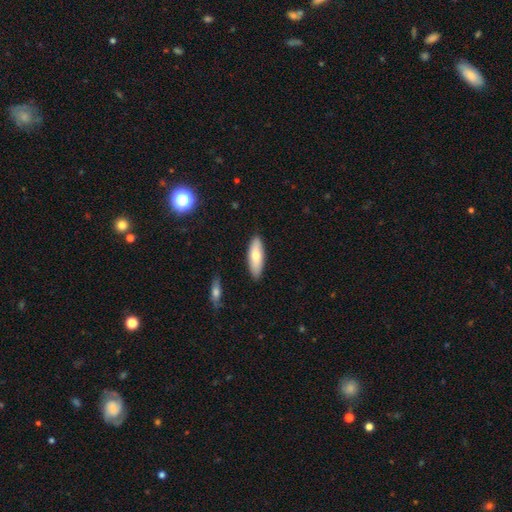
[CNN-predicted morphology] type=smooth (73%); roundness=in between (66%); merging=none (88%).